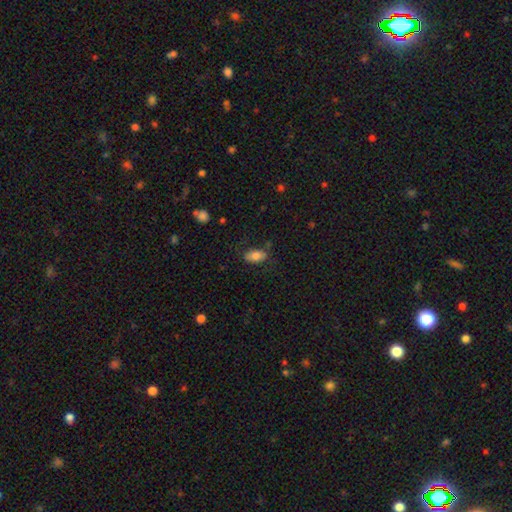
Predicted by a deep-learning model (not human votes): This is likely a smooth galaxy (77%). How rounded: clearly in between (91%). Merging: likely none (76%).